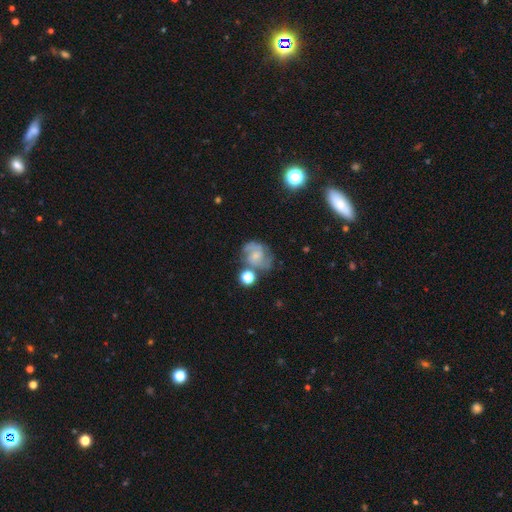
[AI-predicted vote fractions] Smooth or featured: featured or disk — 64% (smooth — 26%)
Edge-on disk: no — 98% (yes — 2%)
Bar: no — 62% (weak — 33%)
Spiral arms: yes — 86% (no — 14%)
Spiral winding: medium — 48% (tight — 34%)
Spiral arm count: 2 — 63% (can't tell — 19%)
Bulge size: small — 48% (moderate — 24%)
Merging: none — 53% (minor disturbance — 22%)